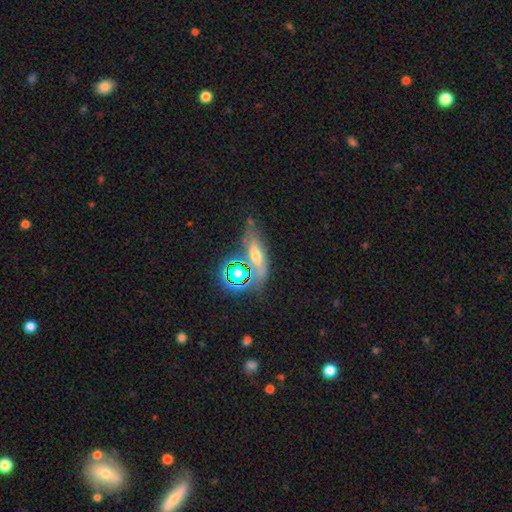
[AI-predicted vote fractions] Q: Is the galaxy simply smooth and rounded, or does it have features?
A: smooth — 42%.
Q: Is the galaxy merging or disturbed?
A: none — 62%.